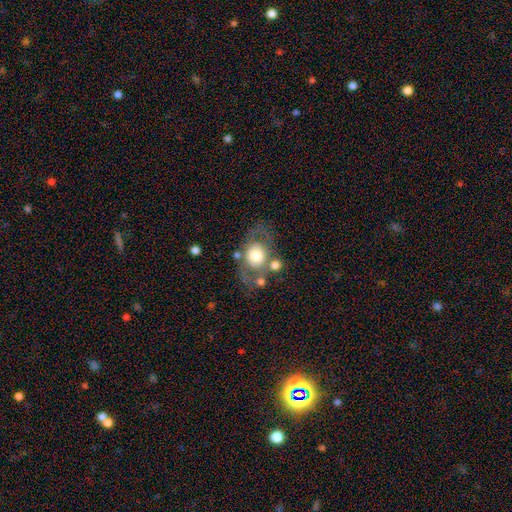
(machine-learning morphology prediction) Smooth or featured? Predicted: smooth (p=0.50). Merging? Predicted: none (p=0.57).